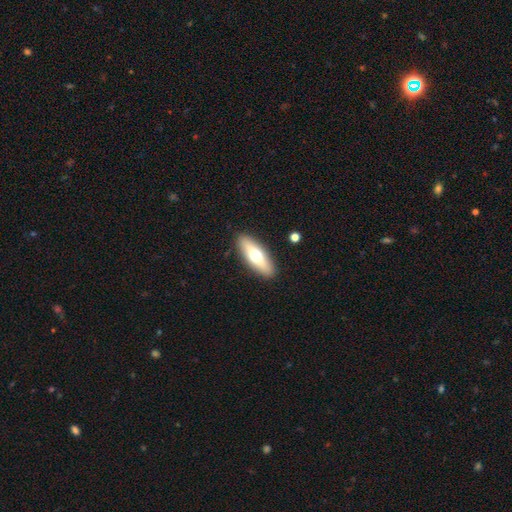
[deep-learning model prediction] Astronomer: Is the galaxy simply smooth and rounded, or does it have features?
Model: smooth — 59% (runner-up: featured or disk, 35%).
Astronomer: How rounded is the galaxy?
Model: in between — 60% (runner-up: cigar-shaped, 37%).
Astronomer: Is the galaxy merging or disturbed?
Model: none — 89%.